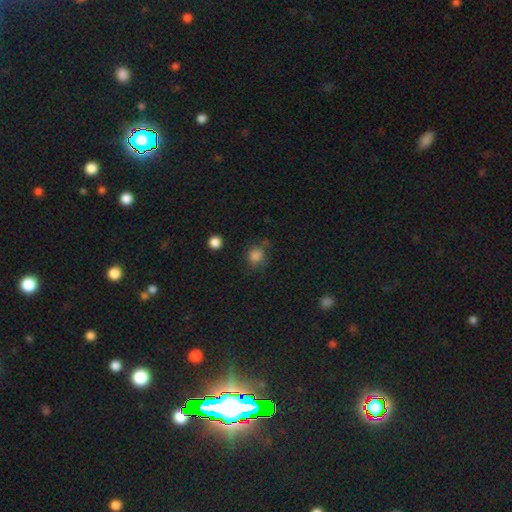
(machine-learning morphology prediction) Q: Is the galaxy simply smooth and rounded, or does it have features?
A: smooth — 81%.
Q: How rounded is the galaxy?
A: round — 82%.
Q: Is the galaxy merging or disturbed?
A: none — 69%.